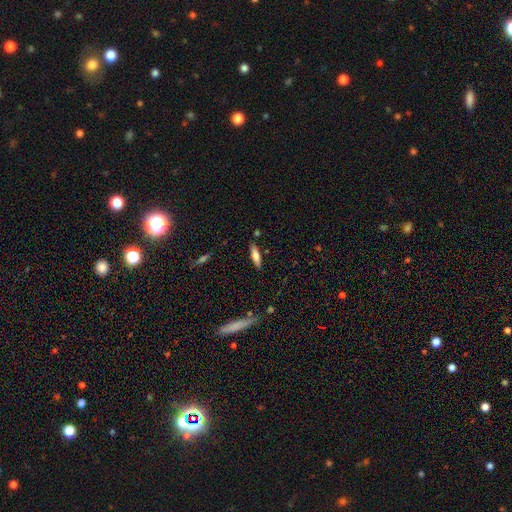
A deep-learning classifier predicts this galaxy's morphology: Overall: smooth (65%; featured or disk 28%). How rounded: cigar-shaped (64%; in between 34%). Merging: none (83%).